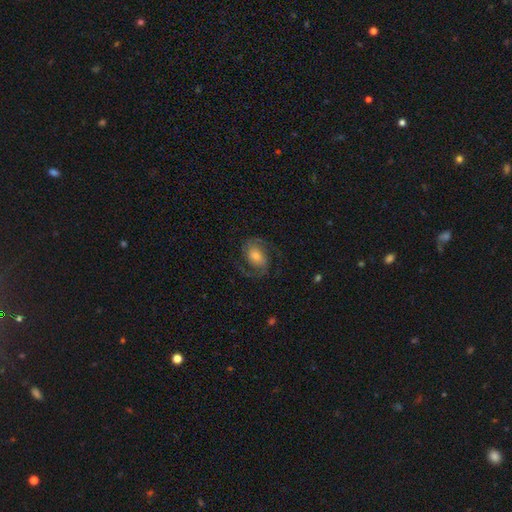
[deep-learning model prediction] A featured or disk galaxy (80%) with no bar (50%), 2 (92%) medium (56%) spiral arms (96%) and a moderate central bulge (48%).

Vote fractions:
- Smooth or featured? featured or disk: 80% / smooth: 12% / star or artifact: 8%
- Edge-on disk? no: 97% / yes: 3%
- Bar? no: 50% / weak: 37% / strong: 13%
- Spiral arms? yes: 96% / no: 4%
- Spiral winding? medium: 56% / loose: 23% / tight: 21%
- Spiral arm count? 2: 92% / can't tell: 3% / 1: 2% / 3: 1% / 4: 1% / more than 4: 1%
- Bulge size? moderate: 48% / small: 27% / large: 17% / none: 5% / dominant: 3%
- Merging? none: 76% / minor disturbance: 13% / major disturbance: 10% / merger: 1%